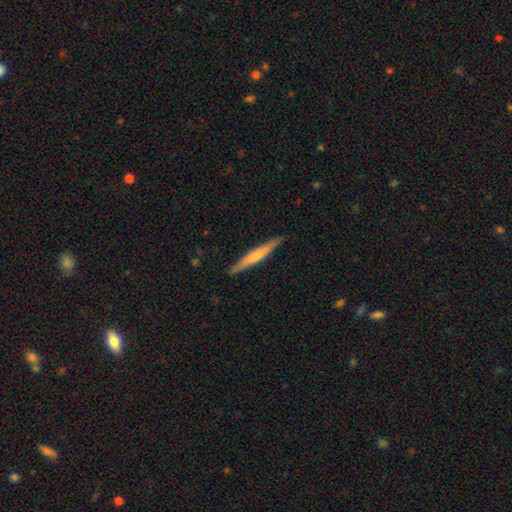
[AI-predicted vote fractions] Q: Smooth or featured?
A: smooth (49%); runner-up: featured or disk (46%)
Q: Merging?
A: none (89%); runner-up: minor disturbance (8%)